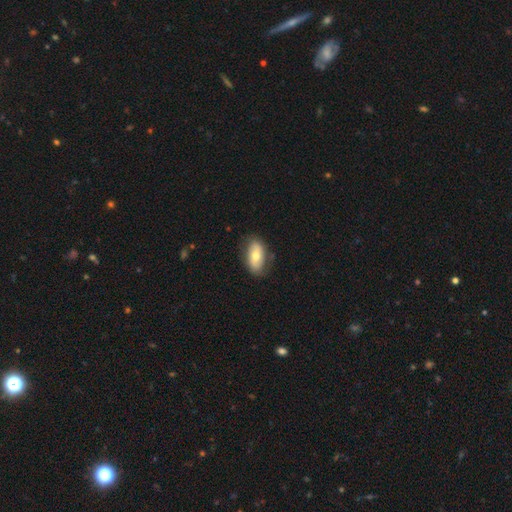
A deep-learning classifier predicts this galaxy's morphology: Smooth or featured?
  - smooth: 63% *
  - featured or disk: 31%
  - star or artifact: 6%
How rounded?
  - in between: 91% *
  - round: 5%
  - cigar-shaped: 3%
Merging?
  - none: 77% *
  - minor disturbance: 17%
  - major disturbance: 4%
  - merger: 1%